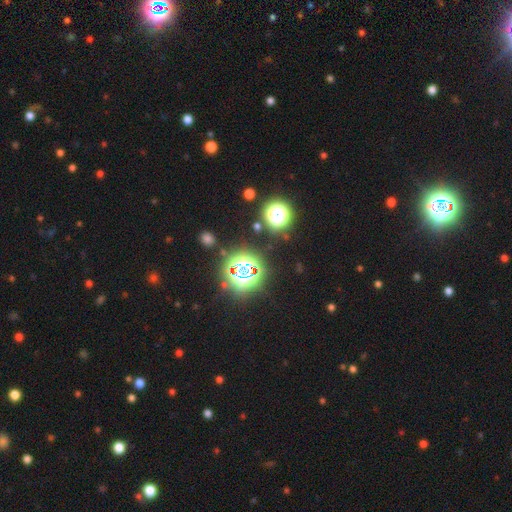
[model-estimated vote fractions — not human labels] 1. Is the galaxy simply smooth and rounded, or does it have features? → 83% star or artifact, 12% smooth, 6% featured or disk.